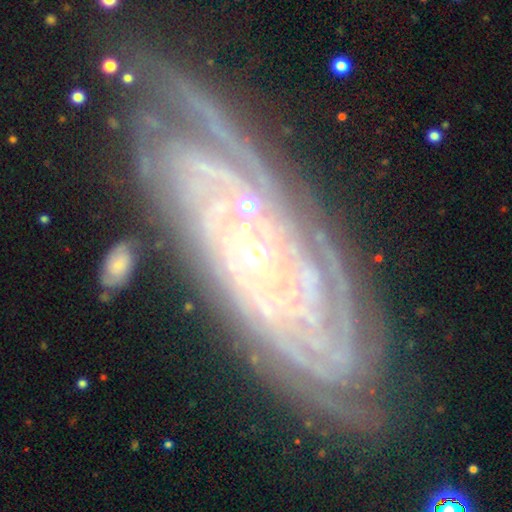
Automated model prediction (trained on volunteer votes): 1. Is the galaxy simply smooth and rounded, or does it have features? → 90% featured or disk, 6% star or artifact, 4% smooth.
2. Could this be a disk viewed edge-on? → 91% no, 9% yes.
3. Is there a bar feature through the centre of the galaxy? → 69% no, 19% weak, 12% strong.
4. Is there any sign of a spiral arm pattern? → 98% yes, 2% no.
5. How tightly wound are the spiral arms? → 86% tight, 12% medium, 2% loose.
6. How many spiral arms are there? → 25% more than 4, 21% 4, 21% can't tell, 14% 3, 11% 2, 8% 1.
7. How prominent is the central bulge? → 76% small, 21% moderate, 1% large, 1% none, 1% dominant.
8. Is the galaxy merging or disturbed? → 80% none, 14% minor disturbance, 4% major disturbance, 2% merger.